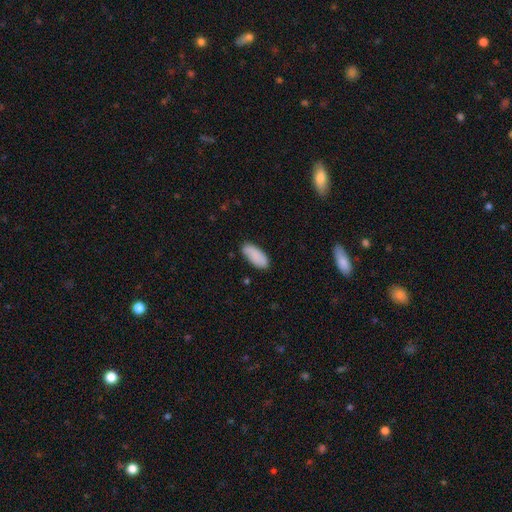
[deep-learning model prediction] smooth-or-featured: smooth: 86% | featured or disk: 8% | star or artifact: 6%
  how-rounded: in between: 85% | cigar-shaped: 13% | round: 2%
  merging: none: 75% | minor disturbance: 19% | major disturbance: 3% | merger: 2%